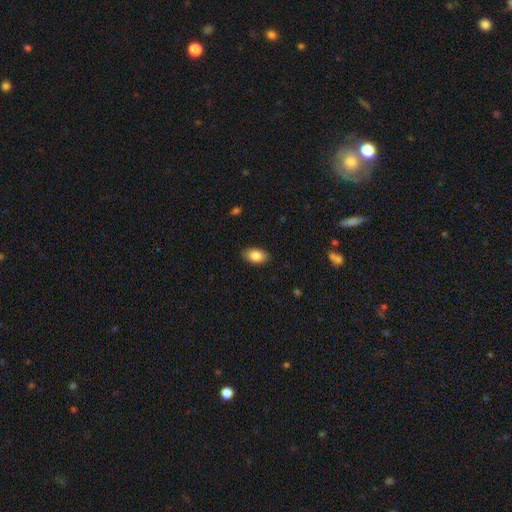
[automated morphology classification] smooth-or-featured: smooth: 86% | featured or disk: 8% | star or artifact: 7%
  how-rounded: in between: 92% | round: 6% | cigar-shaped: 2%
  merging: none: 87% | minor disturbance: 10% | major disturbance: 2% | merger: 1%